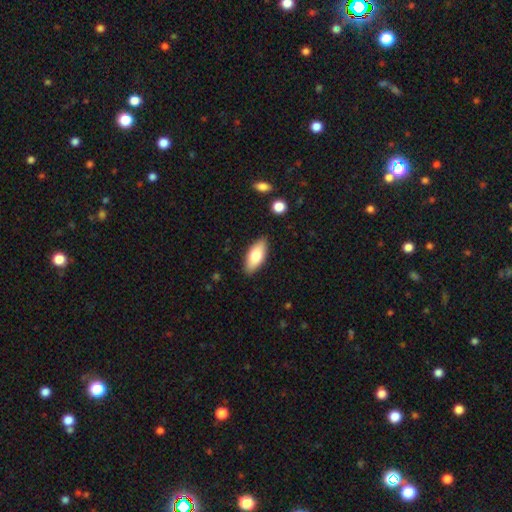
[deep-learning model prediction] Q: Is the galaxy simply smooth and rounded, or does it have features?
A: smooth — 76%.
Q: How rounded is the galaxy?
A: in between — 82%.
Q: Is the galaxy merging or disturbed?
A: none — 87%.